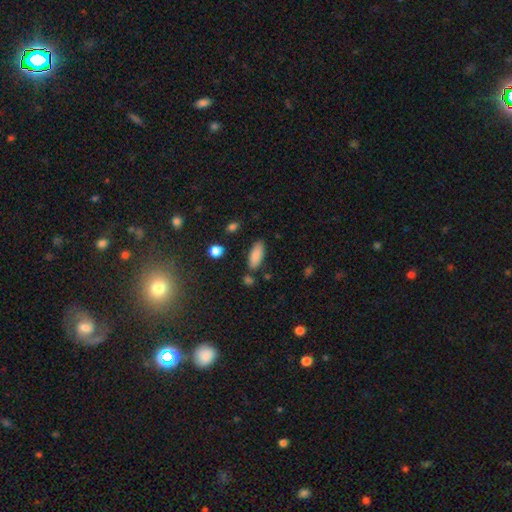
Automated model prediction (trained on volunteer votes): Smooth or featured: smooth — 86% (star or artifact — 8%)
How rounded: in between — 77% (cigar-shaped — 21%)
Merging: none — 79% (minor disturbance — 12%)